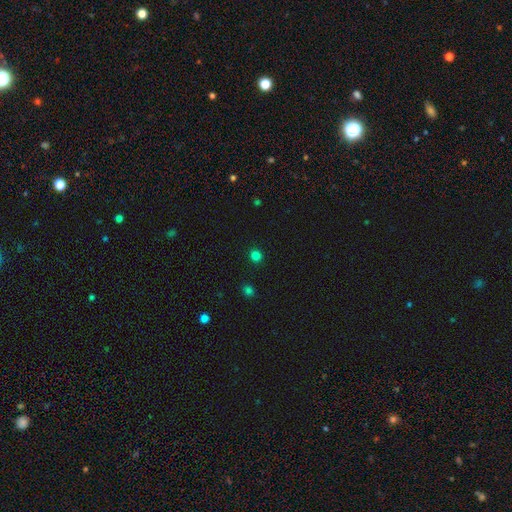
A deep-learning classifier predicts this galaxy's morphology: Smooth or featured: smooth — 80% (star or artifact — 16%)
How rounded: round — 92% (in between — 7%)
Merging: none — 92% (minor disturbance — 5%)